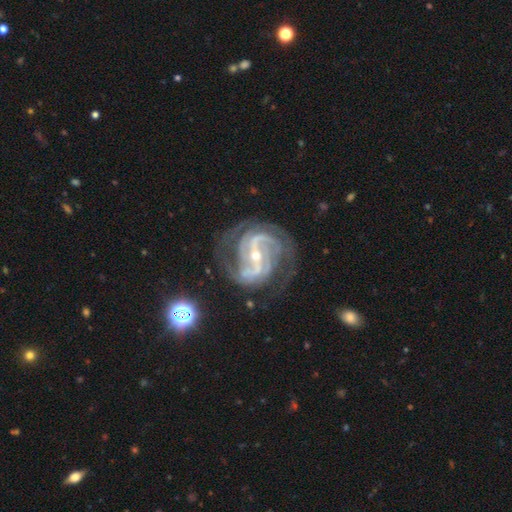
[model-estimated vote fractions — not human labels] Overall: featured or disk (92%). Edge-on disk: no (98%). Bar: strong (55%; weak 30%). Spiral arms: yes (98%). Spiral arm count: 2 (44%; 3 26%). Spiral winding: medium (51%; tight 38%). Bulge size: small (65%; moderate 32%). Merging: none (68%).